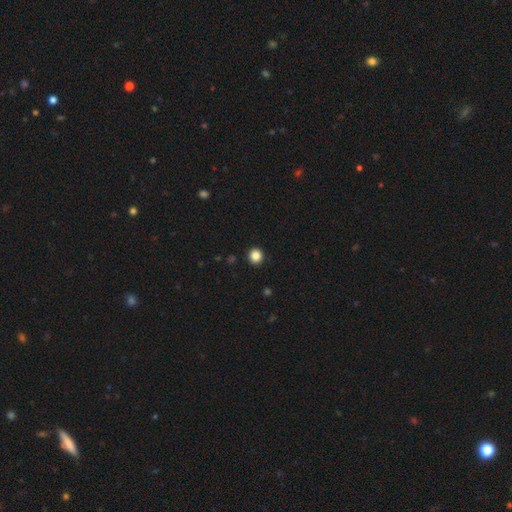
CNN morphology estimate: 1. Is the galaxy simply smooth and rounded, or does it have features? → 86% smooth, 11% star or artifact, 4% featured or disk.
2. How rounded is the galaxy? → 92% round, 7% in between, 1% cigar-shaped.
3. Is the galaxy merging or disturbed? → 93% none, 4% minor disturbance, 1% major disturbance, 1% merger.